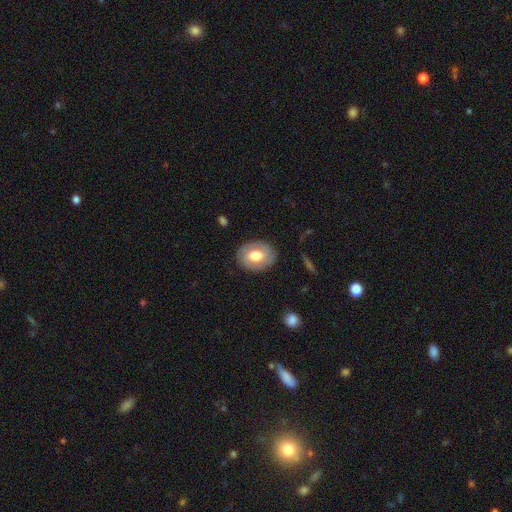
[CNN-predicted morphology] A smooth galaxy with no disk features (52%) that is in between round and cigar-shaped (59%). Merging: none (84%).